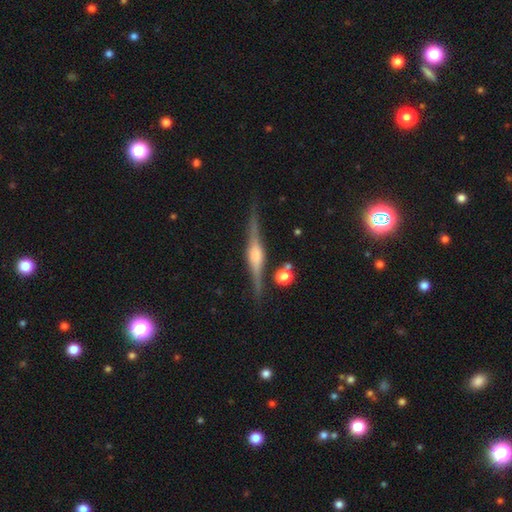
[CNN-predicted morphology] type=featured or disk (84%); edge-on=yes (98%); edge-on bulge=rounded (78%); merging=none (85%).